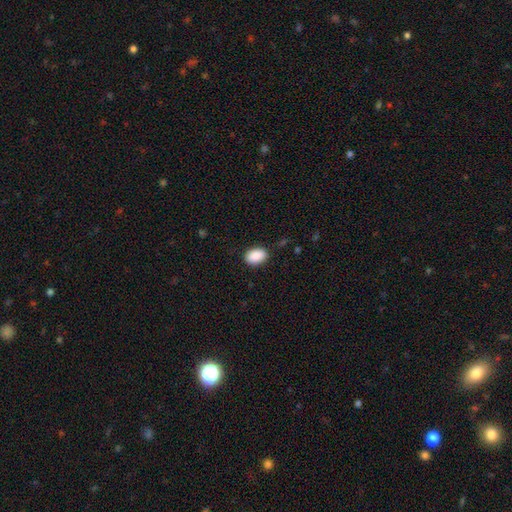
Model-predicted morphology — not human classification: Smooth or featured: smooth — 91% (star or artifact — 7%)
How rounded: in between — 88% (round — 11%)
Merging: none — 86% (minor disturbance — 11%)